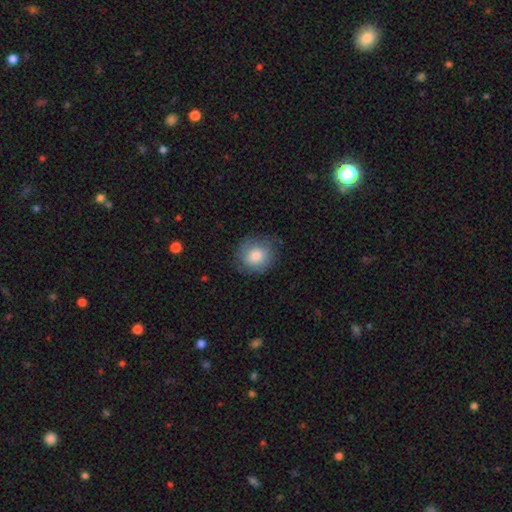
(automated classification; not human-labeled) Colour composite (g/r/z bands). It shows a smooth galaxy with no disk features (75%) that is round (85%). Merging: none (76%).